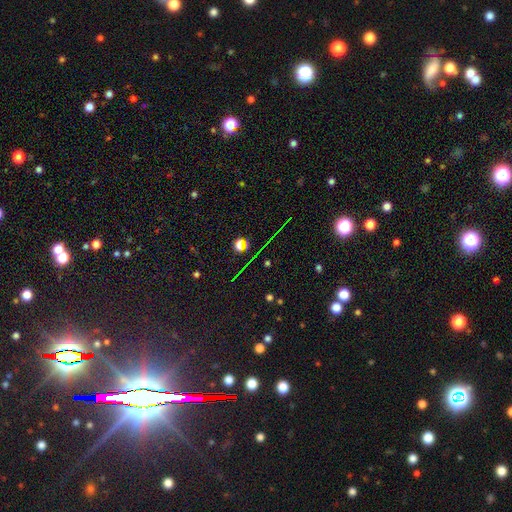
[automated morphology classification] smooth-or-featured: star or artifact: 72% | smooth: 17% | featured or disk: 11%